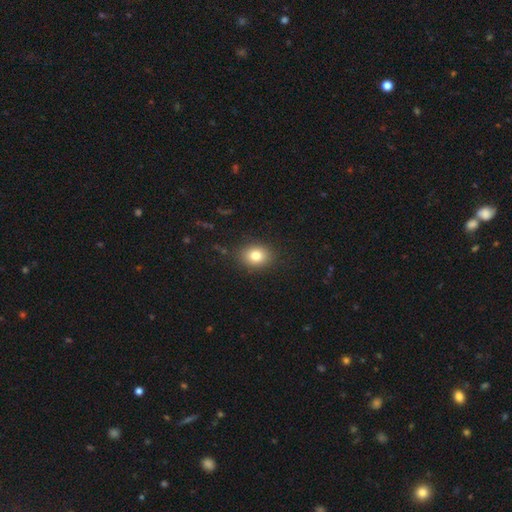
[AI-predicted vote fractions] smooth-or-featured: smooth: 81% | star or artifact: 11% | featured or disk: 8%
  how-rounded: in between: 51% | round: 48% | cigar-shaped: 1%
  merging: none: 87% | minor disturbance: 9% | major disturbance: 3% | merger: 1%